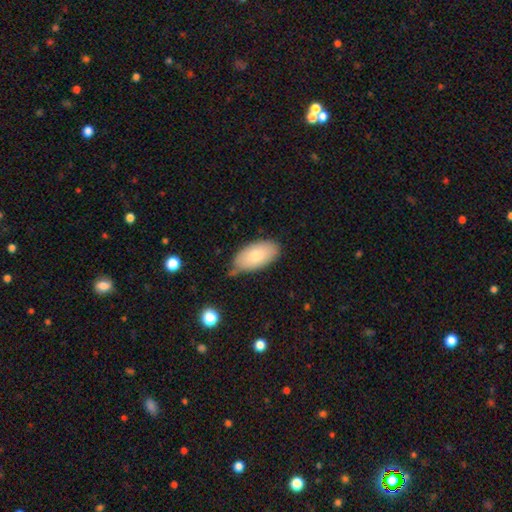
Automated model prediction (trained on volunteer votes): smooth 79%, featured or disk 15%, star or artifact 6%. Down the decision tree: how rounded — in between (95%); merging — none (66%).